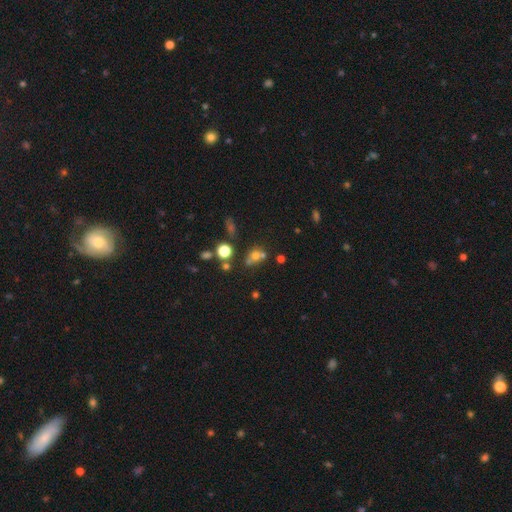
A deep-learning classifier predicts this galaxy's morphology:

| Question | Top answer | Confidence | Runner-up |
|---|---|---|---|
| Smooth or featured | smooth | 60% | star or artifact (23%) |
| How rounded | round | 64% | in between (33%) |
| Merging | none | 42% | merger (38%) |